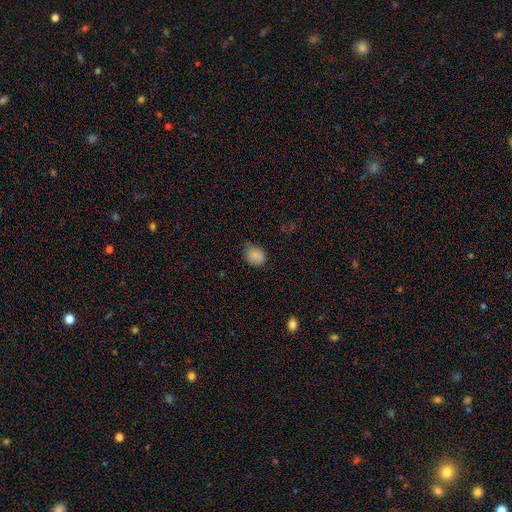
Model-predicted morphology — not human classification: The model was most divided on "how rounded": round: 54%, in between: 45%, cigar-shaped: 1%. More confident: smooth or featured — smooth (83%); merging — none (57%).